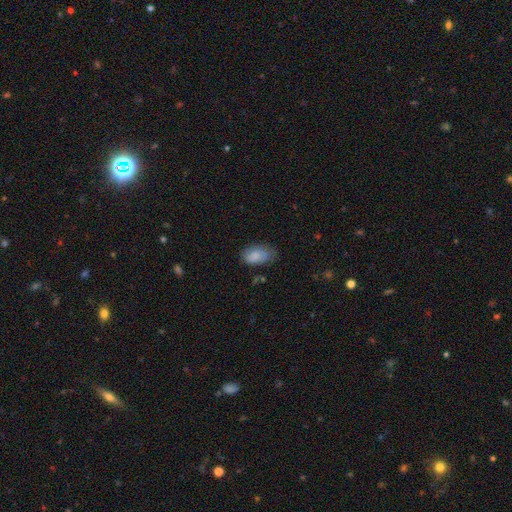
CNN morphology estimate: Smooth or featured: smooth — 84% (featured or disk — 9%)
How rounded: in between — 92% (round — 7%)
Merging: none — 65% (minor disturbance — 26%)